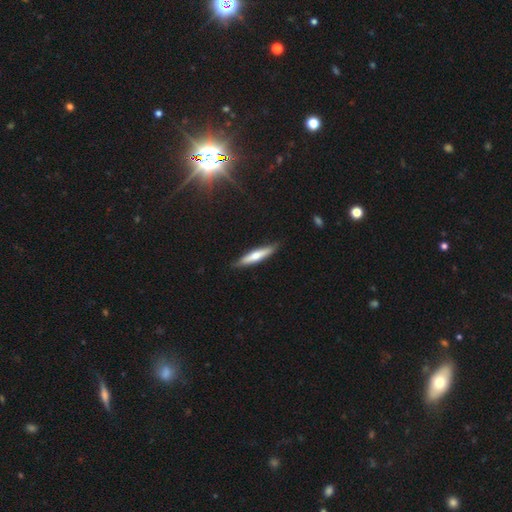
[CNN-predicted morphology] type=smooth (55%); roundness=cigar-shaped (86%); merging=none (87%).